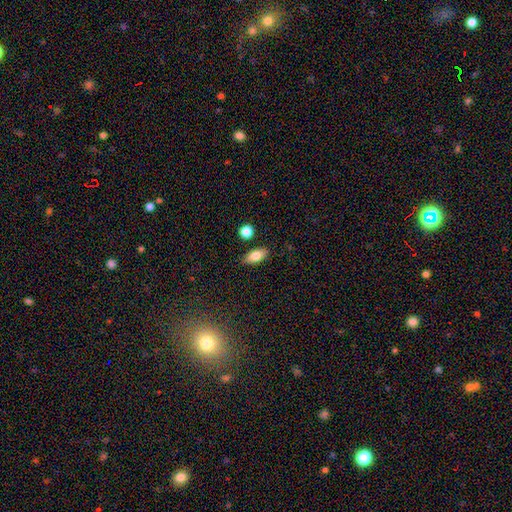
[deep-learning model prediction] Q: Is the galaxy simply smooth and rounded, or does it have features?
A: smooth — 80%.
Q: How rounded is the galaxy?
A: in between — 85%.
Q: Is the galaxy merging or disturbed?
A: none — 83%.